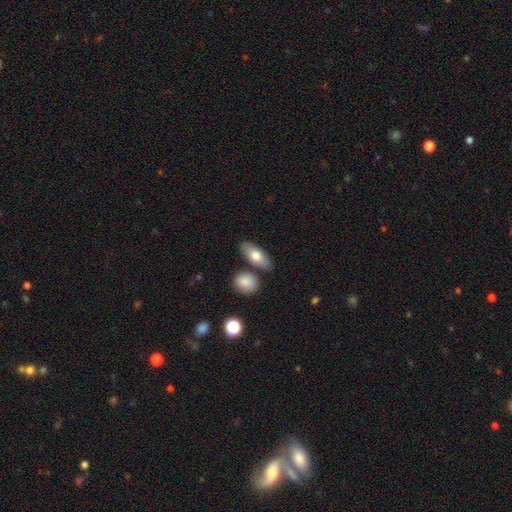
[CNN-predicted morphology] The model was most divided on "smooth or featured": smooth: 73%, featured or disk: 21%, star or artifact: 6%. More confident: how rounded — in between (81%); merging — none (76%).